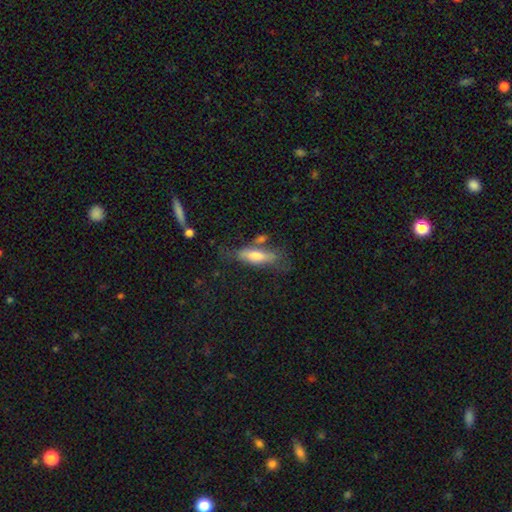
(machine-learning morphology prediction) A smooth galaxy with no disk features (66%) that is in between round and cigar-shaped (58%).

Vote fractions:
- Smooth or featured? smooth: 66% / featured or disk: 26% / star or artifact: 7%
- How rounded? in between: 58% / cigar-shaped: 40% / round: 3%
- Merging? none: 49% / minor disturbance: 26% / major disturbance: 15% / merger: 10%